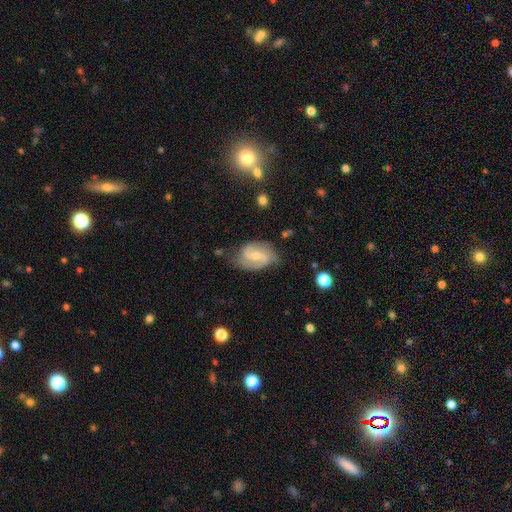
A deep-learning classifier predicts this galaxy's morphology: This is clearly a featured or disk galaxy (80%). It is clearly not viewed edge-on (97%). Bar: possibly weak (50%). Spiral arm pattern: clearly yes (95%). Spiral arm count: clearly 2 (87%). Spiral winding: possibly medium (51%). Central bulge: possibly small (50%). Merging: likely none (69%).